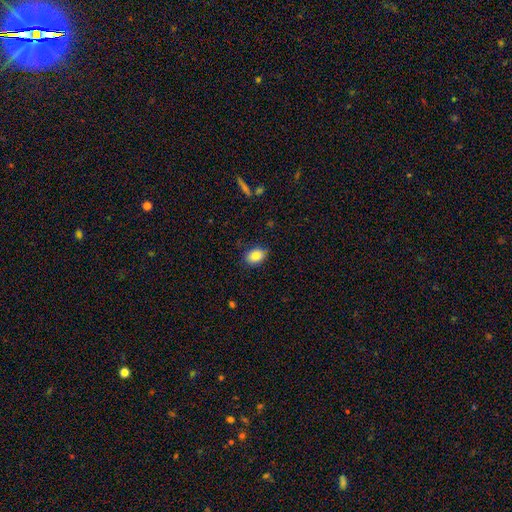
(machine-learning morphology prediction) Smooth or featured? Predicted: smooth (p=0.85). How rounded? Predicted: in between (p=0.74). Merging? Predicted: none (p=0.85).